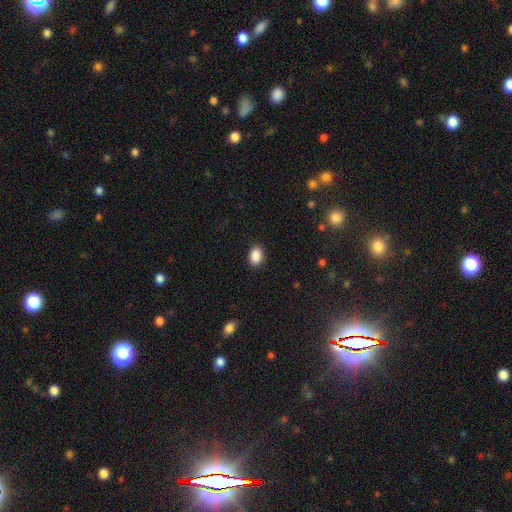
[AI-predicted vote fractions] Morphology: type=smooth (89%); roundness=in between (85%); merging=none (88%).